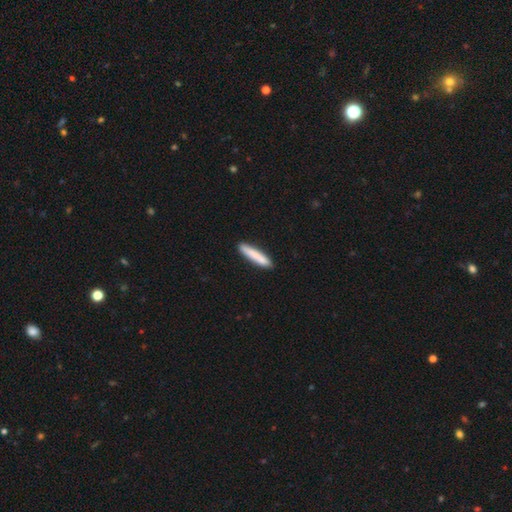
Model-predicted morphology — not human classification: This appears to be a smooth galaxy with no disk features (84%) that is cigar-shaped (91%). Merging: none (89%).